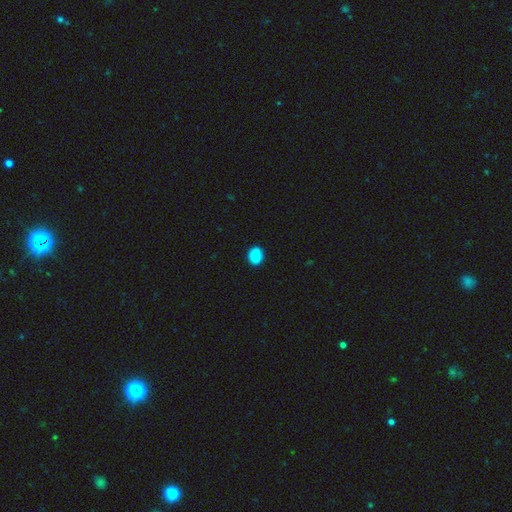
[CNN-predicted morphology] type=smooth (89%); roundness=round (52%); merging=none (89%).